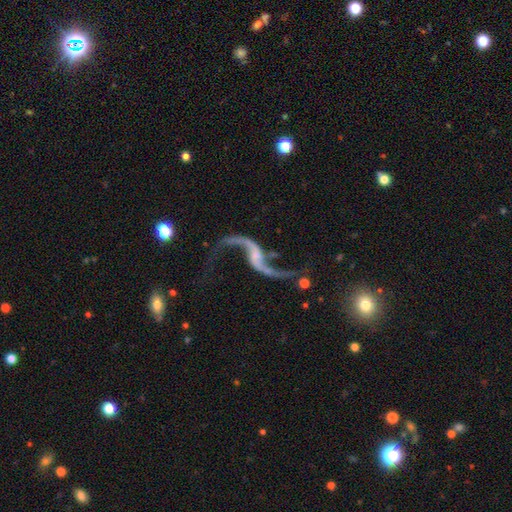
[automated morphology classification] The model was most divided on "bar": no: 45%, weak: 37%, strong: 18%. Remaining: spiral arms — yes (97%); edge-on disk — no (96%); spiral winding — loose (95%); spiral arm count — 2 (94%); smooth or featured — featured or disk (92%); merging — none (66%); bulge size — small (45%).